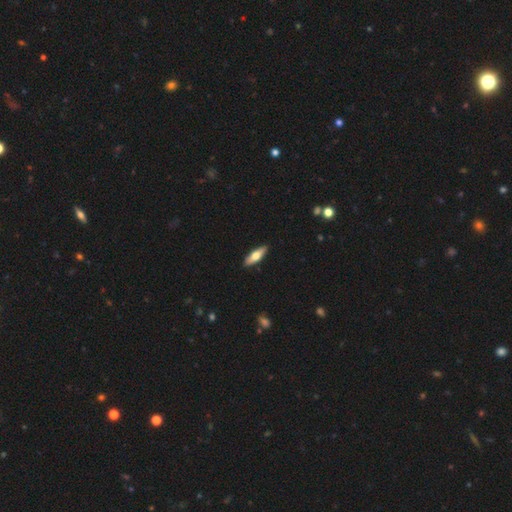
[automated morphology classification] A smooth galaxy with no disk features (56%) that is cigar-shaped (54%).

Vote fractions:
- Smooth or featured? smooth: 56% / featured or disk: 38% / star or artifact: 5%
- How rounded? cigar-shaped: 54% / in between: 44% / round: 2%
- Merging? none: 90% / minor disturbance: 7% / major disturbance: 1% / merger: 1%